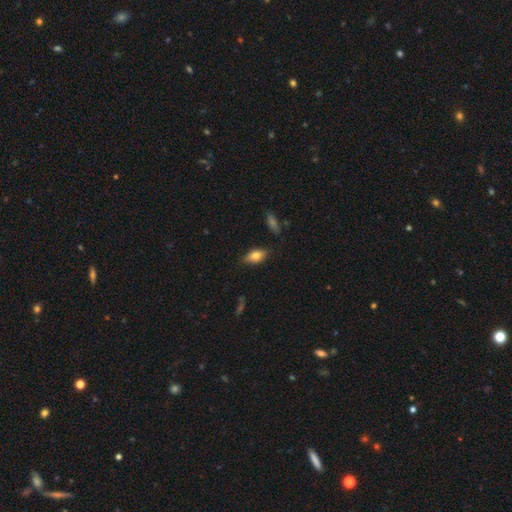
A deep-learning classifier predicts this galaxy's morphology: smooth_or_featured: smooth (p=0.75) [alt: featured or disk p=0.18]
how_rounded: in between (p=0.86) [alt: cigar-shaped p=0.09]
merging: none (p=0.80) [alt: minor disturbance p=0.15]